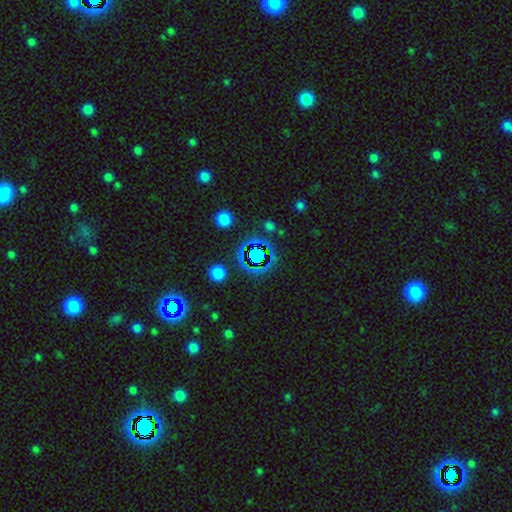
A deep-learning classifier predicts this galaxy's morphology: Q: Smooth or featured?
A: star or artifact (59%); runner-up: smooth (27%)